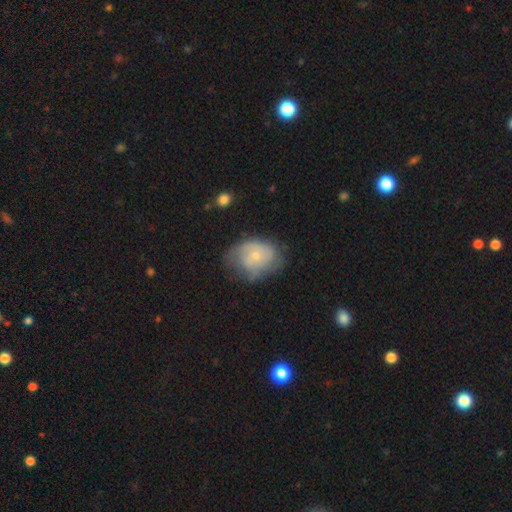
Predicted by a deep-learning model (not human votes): Q: Smooth or featured?
A: featured or disk (51%); runner-up: smooth (42%)
Q: Edge-on disk?
A: no (97%); runner-up: yes (3%)
Q: Merging?
A: none (51%); runner-up: minor disturbance (31%)